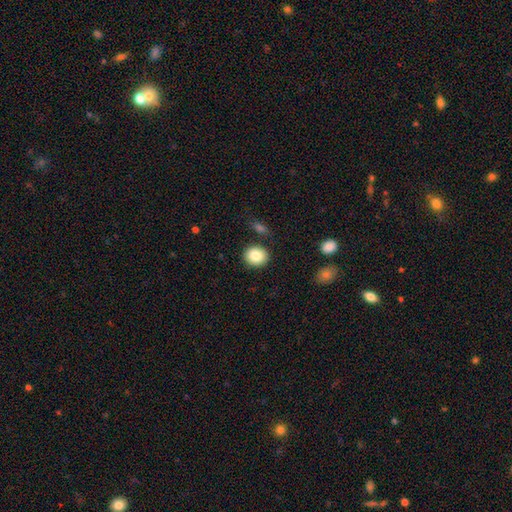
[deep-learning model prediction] Morphology: type=smooth (86%); roundness=round (76%); merging=none (86%).